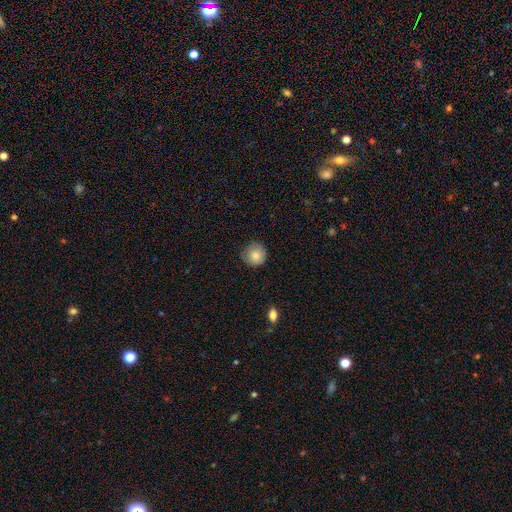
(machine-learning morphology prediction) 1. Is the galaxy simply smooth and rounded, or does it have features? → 80% smooth, 12% featured or disk, 8% star or artifact.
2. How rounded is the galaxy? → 92% round, 7% in between, 1% cigar-shaped.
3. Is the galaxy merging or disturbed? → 73% none, 22% minor disturbance, 4% major disturbance, 1% merger.